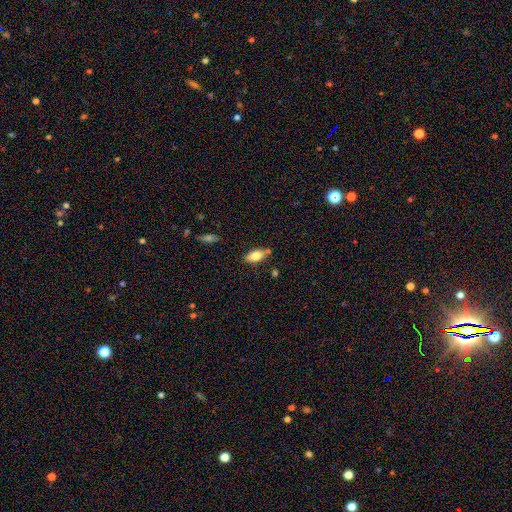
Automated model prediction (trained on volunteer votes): This is likely a smooth galaxy (76%). How rounded: clearly in between (89%). Merging: likely none (76%).